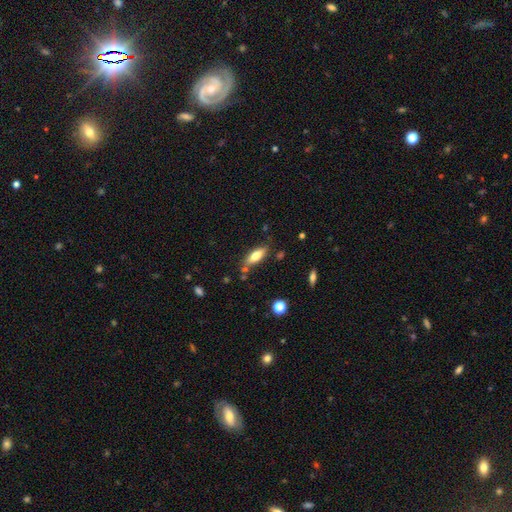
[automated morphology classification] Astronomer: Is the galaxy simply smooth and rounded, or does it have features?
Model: smooth — 69%.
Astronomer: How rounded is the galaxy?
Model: in between — 66%.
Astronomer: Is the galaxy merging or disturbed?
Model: none — 73%.